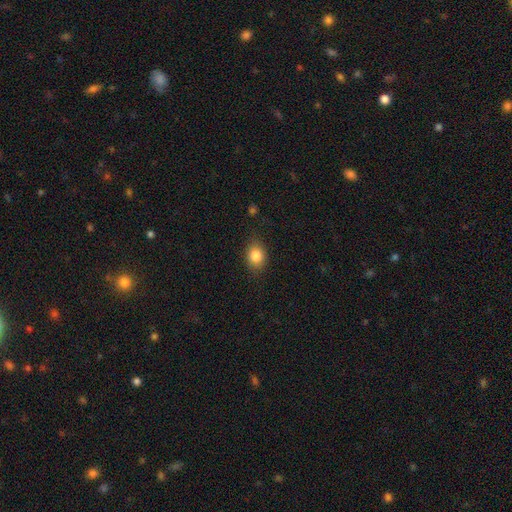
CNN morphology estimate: Overall: smooth (84%). How rounded: in between (59%; round 40%). Merging: none (83%).